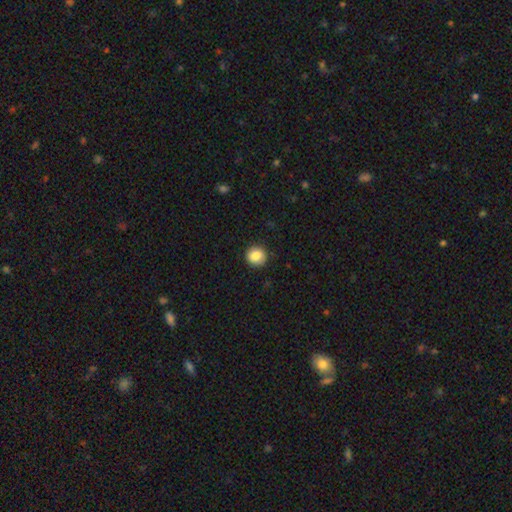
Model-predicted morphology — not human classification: Smooth or featured: smooth — 86% (star or artifact — 9%)
How rounded: round — 91% (in between — 8%)
Merging: none — 89% (minor disturbance — 8%)